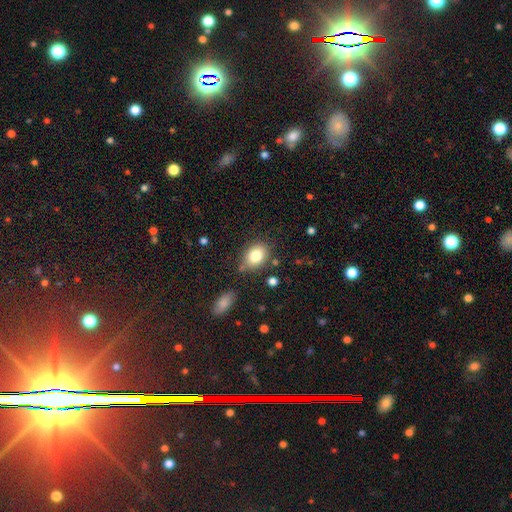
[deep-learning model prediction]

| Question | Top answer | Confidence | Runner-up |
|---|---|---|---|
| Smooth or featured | smooth | 80% | featured or disk (10%) |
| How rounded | in between | 64% | round (35%) |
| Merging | none | 73% | minor disturbance (16%) |